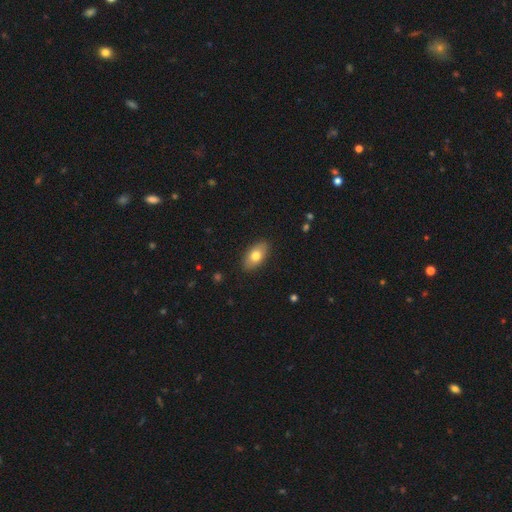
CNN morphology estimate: A smooth galaxy with no disk features (75%) that is in between round and cigar-shaped (92%).

Vote fractions:
- Smooth or featured? smooth: 75% / featured or disk: 19% / star or artifact: 6%
- How rounded? in between: 92% / round: 5% / cigar-shaped: 3%
- Merging? none: 88% / minor disturbance: 9% / major disturbance: 2% / merger: 1%